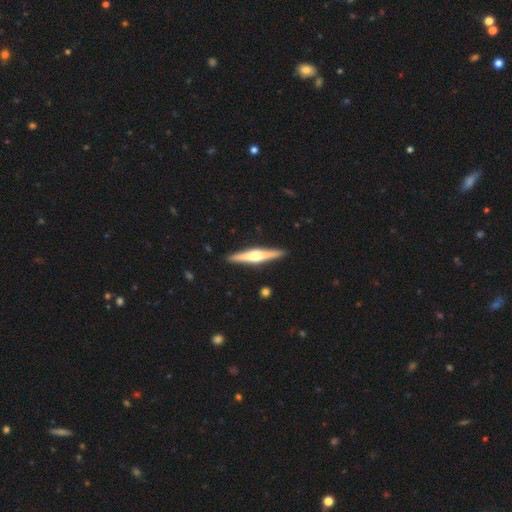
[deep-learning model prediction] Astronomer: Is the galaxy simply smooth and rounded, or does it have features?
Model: featured or disk — 72%.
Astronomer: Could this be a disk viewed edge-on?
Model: yes — 98%.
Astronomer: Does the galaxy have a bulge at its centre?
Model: rounded — 90%.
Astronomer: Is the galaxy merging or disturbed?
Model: none — 91%.